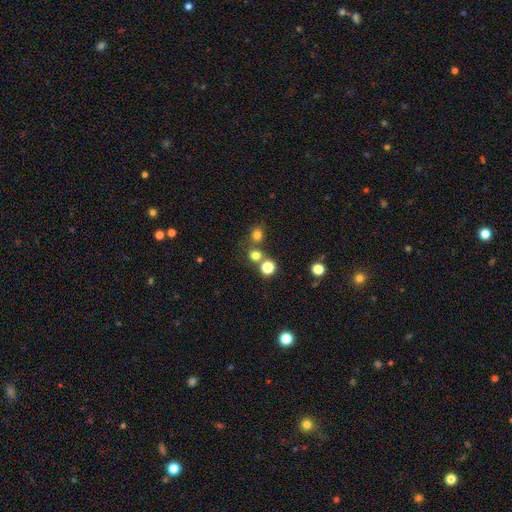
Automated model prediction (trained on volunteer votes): The model was most divided on "merging": none: 64%, merger: 26%, minor disturbance: 7%, major disturbance: 3%. More confident: how rounded — round (85%); smooth or featured — smooth (72%).